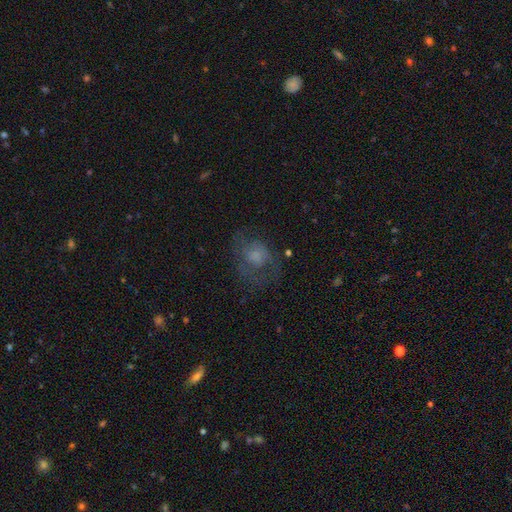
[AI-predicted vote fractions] A smooth galaxy with no disk features (47%).

Vote fractions:
- Smooth or featured? smooth: 47% / featured or disk: 40% / star or artifact: 13%
- Merging? none: 51% / major disturbance: 27% / minor disturbance: 20% / merger: 2%